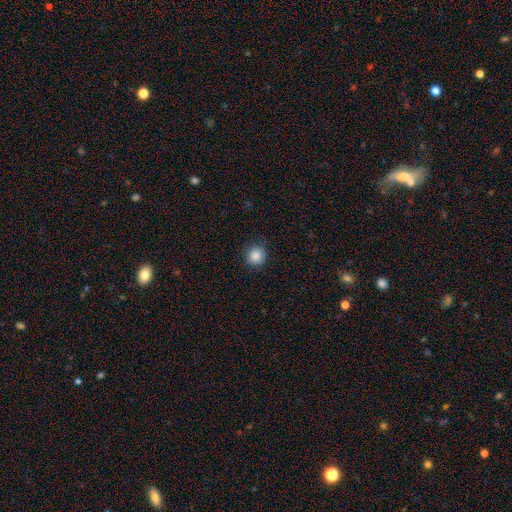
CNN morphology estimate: type=smooth (86%); roundness=round (94%); merging=none (88%).